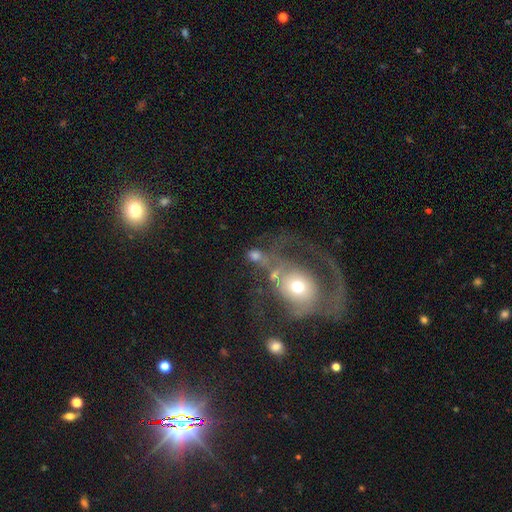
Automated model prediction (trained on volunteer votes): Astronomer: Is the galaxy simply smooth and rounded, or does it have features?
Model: smooth — 44% (runner-up: featured or disk, 42%).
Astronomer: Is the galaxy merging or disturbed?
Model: major disturbance — 33% (runner-up: none, 29%).